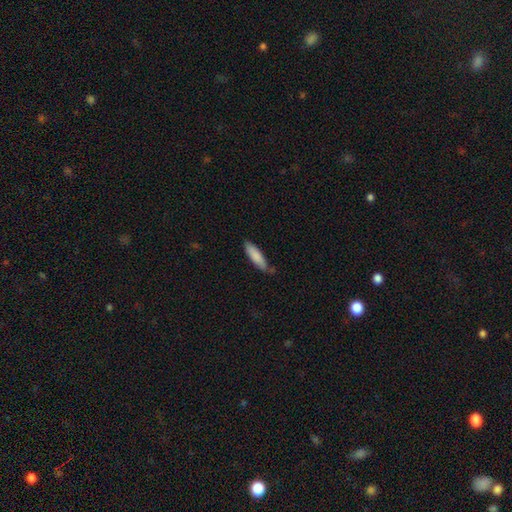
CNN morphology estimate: A smooth galaxy with no disk features (84%) that is cigar-shaped (62%). Merging: none (74%).